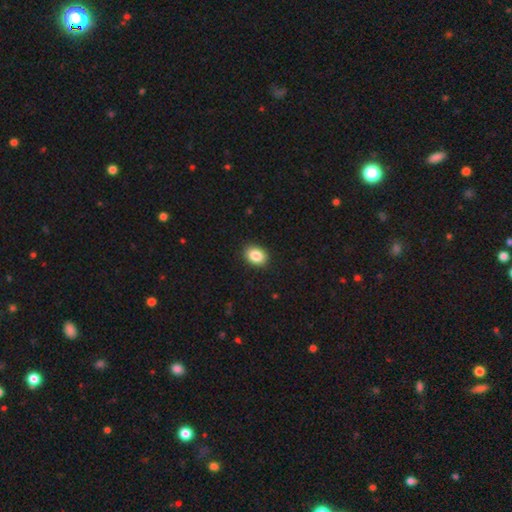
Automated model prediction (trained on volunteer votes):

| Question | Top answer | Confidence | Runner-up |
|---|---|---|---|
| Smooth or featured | smooth | 87% | star or artifact (8%) |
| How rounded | in between | 68% | round (31%) |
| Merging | none | 90% | minor disturbance (7%) |